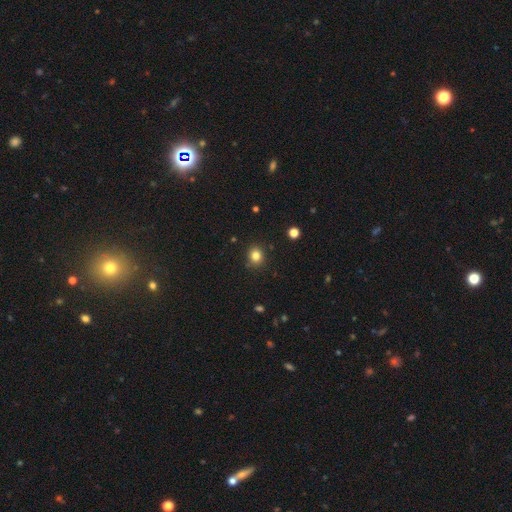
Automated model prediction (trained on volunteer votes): A smooth galaxy with no disk features (82%) that is round (76%). Merging: none (87%).